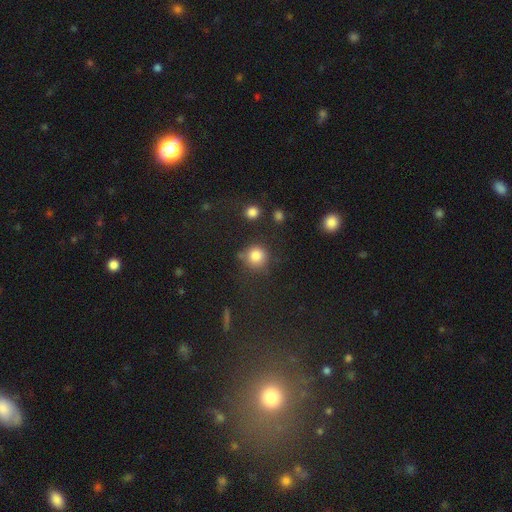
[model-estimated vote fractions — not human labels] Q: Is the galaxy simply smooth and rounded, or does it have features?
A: smooth — 82%.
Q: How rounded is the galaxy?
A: round — 91%.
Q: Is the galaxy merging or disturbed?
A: none — 73%.